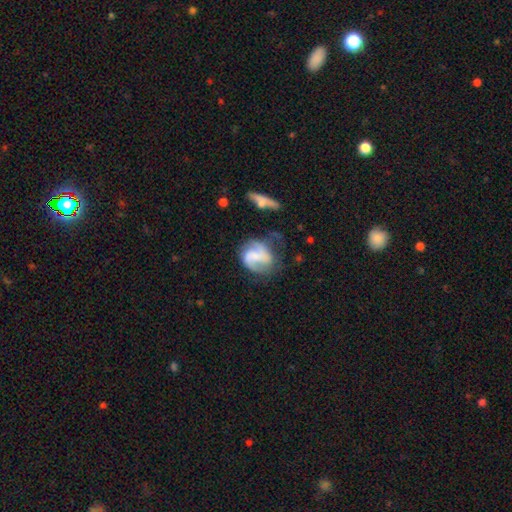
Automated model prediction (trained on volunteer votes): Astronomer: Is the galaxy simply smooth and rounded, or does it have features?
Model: featured or disk — 63%.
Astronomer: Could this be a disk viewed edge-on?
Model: no — 97%.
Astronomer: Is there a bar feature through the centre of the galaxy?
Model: no — 42% (runner-up: weak, 39%).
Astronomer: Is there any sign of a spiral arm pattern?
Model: yes — 85%.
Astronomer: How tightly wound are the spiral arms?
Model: medium — 41%, tied with loose at 41%.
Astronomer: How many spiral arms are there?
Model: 2 — 71%.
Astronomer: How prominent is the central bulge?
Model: none — 43% (runner-up: small, 27%).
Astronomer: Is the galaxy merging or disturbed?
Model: none — 44% (runner-up: minor disturbance, 25%).